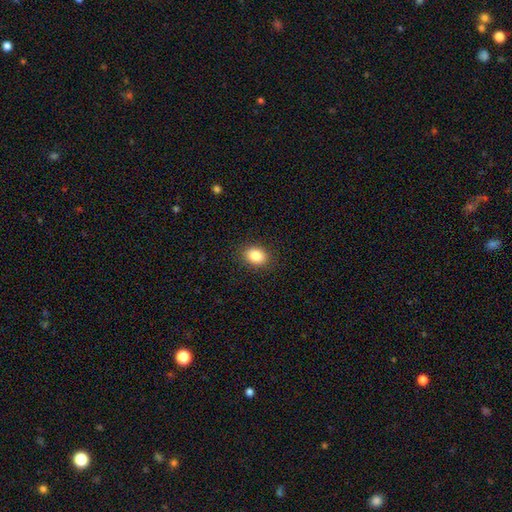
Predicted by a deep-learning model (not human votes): This appears to be a smooth galaxy with no disk features (86%) that is in between round and cigar-shaped (62%). Merging: none (89%).